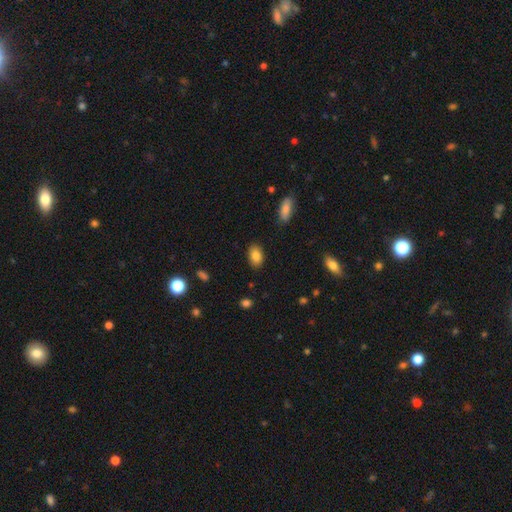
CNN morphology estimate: Overall: smooth (85%). How rounded: in between (88%). Merging: none (87%).